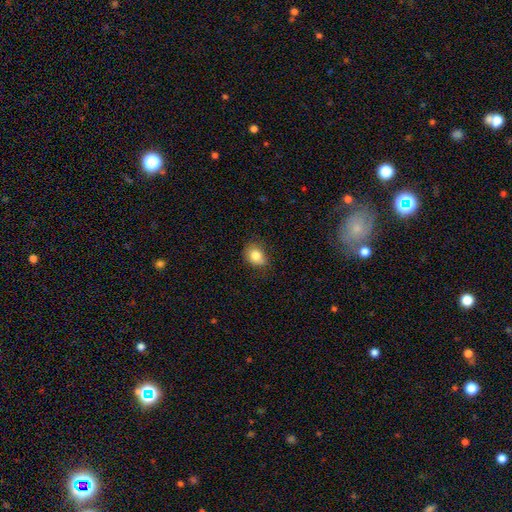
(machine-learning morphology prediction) This appears to be a smooth galaxy with no disk features (82%) that is in between round and cigar-shaped (52%). Merging: none (66%).